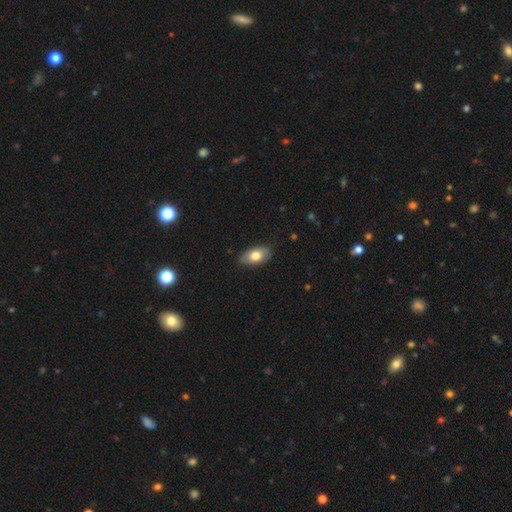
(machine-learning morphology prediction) type=smooth (76%); roundness=in between (92%); merging=none (82%).